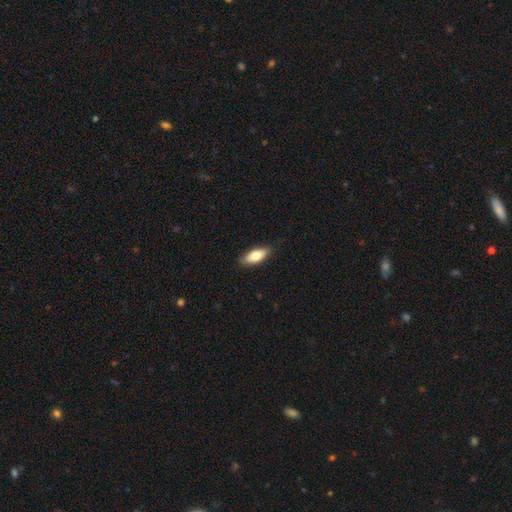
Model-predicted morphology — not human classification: Q: Smooth or featured?
A: smooth (76%); runner-up: featured or disk (18%)
Q: How rounded?
A: in between (80%); runner-up: cigar-shaped (18%)
Q: Merging?
A: none (84%); runner-up: minor disturbance (13%)